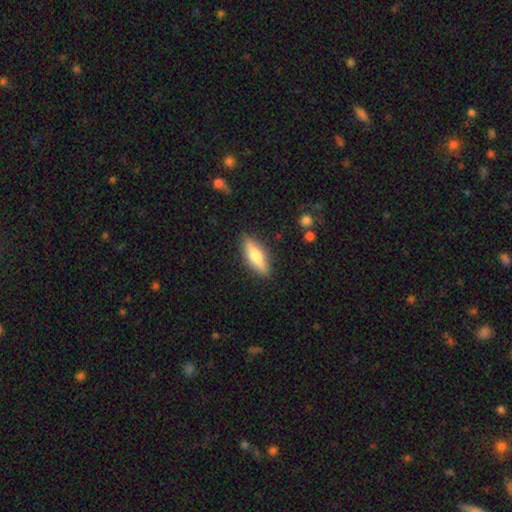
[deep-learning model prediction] Smooth or featured: smooth — 56% (featured or disk — 38%)
How rounded: cigar-shaped — 53% (in between — 45%)
Merging: none — 87% (minor disturbance — 9%)